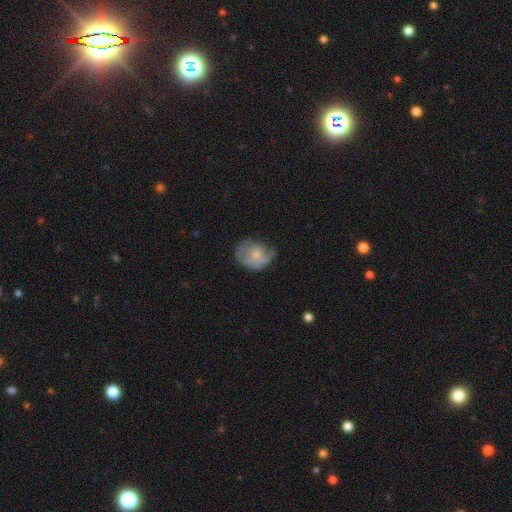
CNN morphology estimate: A smooth galaxy with no disk features (55%) that is round (51%). Merging: none (44%).